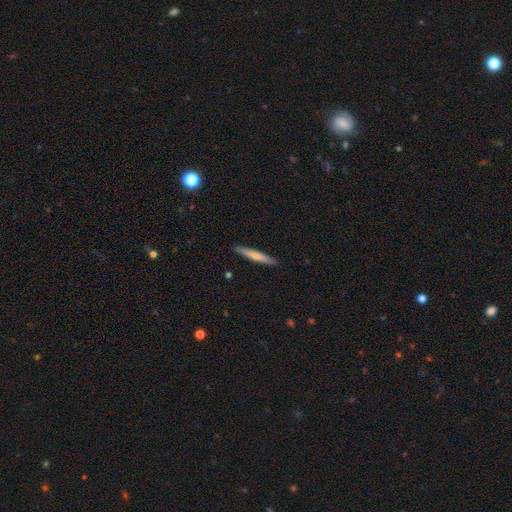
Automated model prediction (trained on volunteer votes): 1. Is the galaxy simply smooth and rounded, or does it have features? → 64% smooth, 31% featured or disk, 5% star or artifact.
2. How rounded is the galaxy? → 95% cigar-shaped, 4% in between, 1% round.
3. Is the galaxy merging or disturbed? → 90% none, 7% minor disturbance, 1% major disturbance, 1% merger.